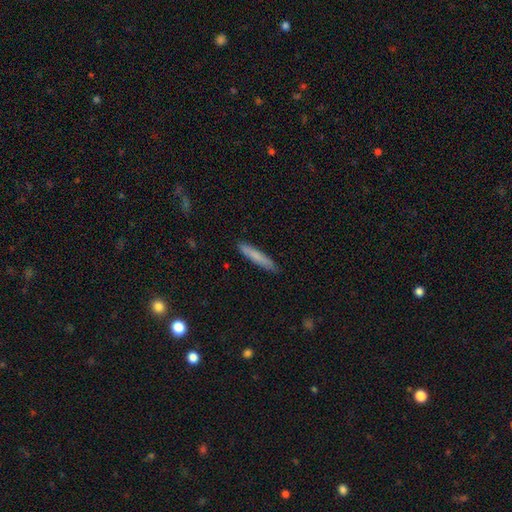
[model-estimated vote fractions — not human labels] smooth_or_featured: smooth (p=0.76) [alt: featured or disk p=0.18]
how_rounded: cigar-shaped (p=0.93) [alt: in between p=0.06]
merging: none (p=0.88) [alt: minor disturbance p=0.09]